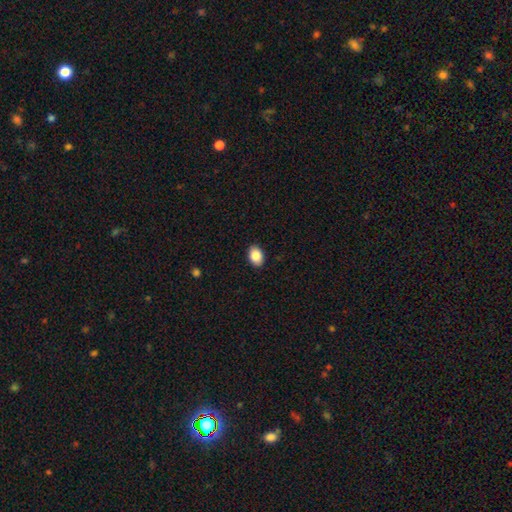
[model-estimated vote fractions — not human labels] smooth 88%, star or artifact 8%, featured or disk 4%. Down the decision tree: how rounded — in between (79%); merging — none (90%).